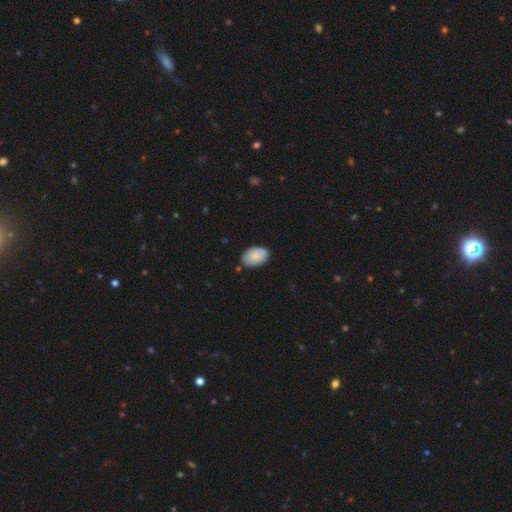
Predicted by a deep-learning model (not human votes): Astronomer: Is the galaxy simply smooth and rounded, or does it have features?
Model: smooth — 80%.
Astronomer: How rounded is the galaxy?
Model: in between — 91%.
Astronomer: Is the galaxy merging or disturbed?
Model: none — 78%.